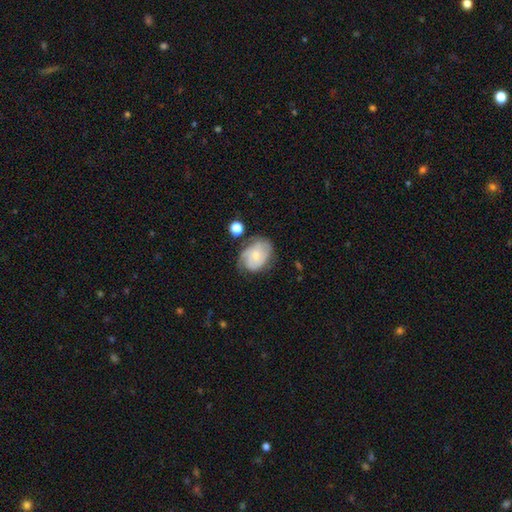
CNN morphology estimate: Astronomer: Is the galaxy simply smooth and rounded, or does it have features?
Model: featured or disk — 60%.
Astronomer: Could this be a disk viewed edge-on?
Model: no — 97%.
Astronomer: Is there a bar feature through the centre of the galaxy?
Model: no — 71%.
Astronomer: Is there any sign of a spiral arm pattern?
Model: yes — 86%.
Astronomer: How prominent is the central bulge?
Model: small — 60%.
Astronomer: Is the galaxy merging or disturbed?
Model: none — 60%.